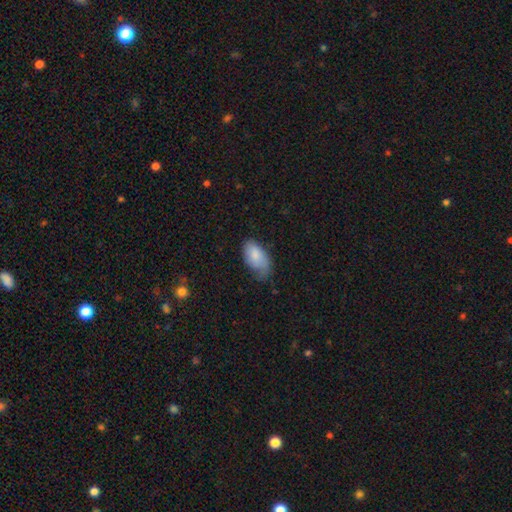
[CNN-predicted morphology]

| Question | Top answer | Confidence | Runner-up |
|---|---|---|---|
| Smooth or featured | smooth | 79% | featured or disk (15%) |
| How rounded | in between | 95% | round (3%) |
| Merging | none | 41% | tied: minor disturbance (41%) |